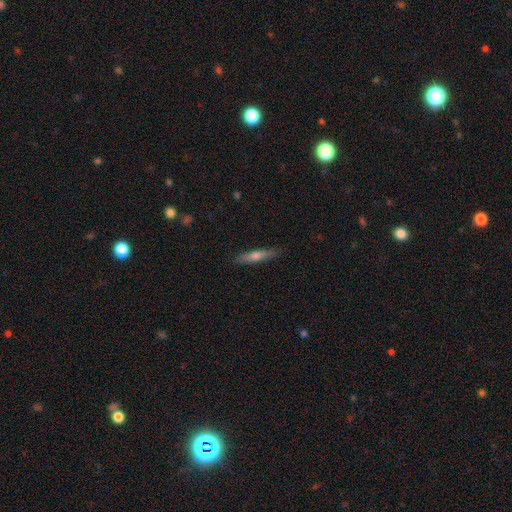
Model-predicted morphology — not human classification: Smooth or featured?
  - featured or disk: 49% *
  - smooth: 44%
  - star or artifact: 7%
Merging?
  - none: 89% *
  - minor disturbance: 8%
  - major disturbance: 2%
  - merger: 1%